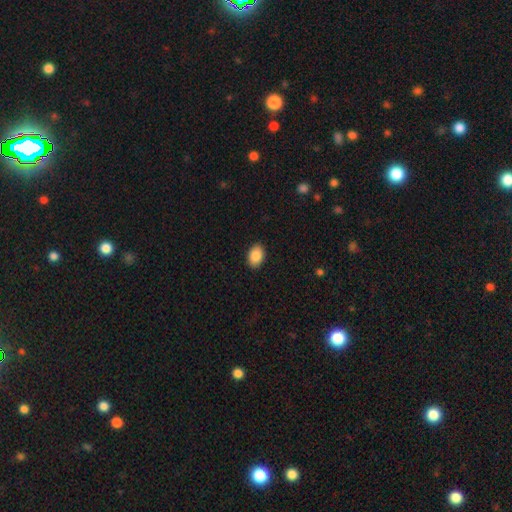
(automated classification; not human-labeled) Smooth or featured?
  - smooth: 89% *
  - star or artifact: 7%
  - featured or disk: 4%
How rounded?
  - in between: 84% *
  - round: 15%
  - cigar-shaped: 1%
Merging?
  - none: 90% *
  - minor disturbance: 7%
  - major disturbance: 2%
  - merger: 1%